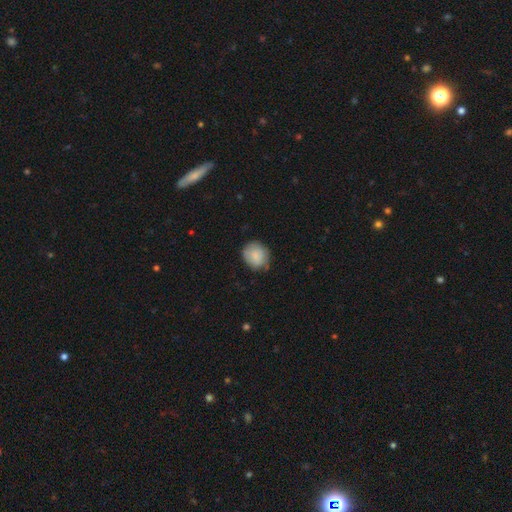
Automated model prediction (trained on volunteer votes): The model was most divided on "merging": none: 68%, minor disturbance: 25%, major disturbance: 5%, merger: 1%. More confident: smooth or featured — smooth (82%); how rounded — round (76%).